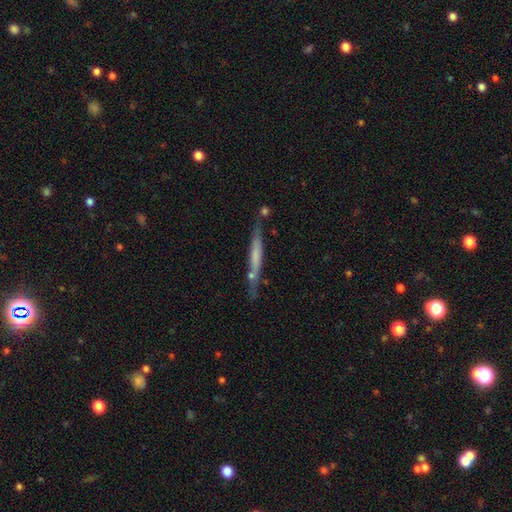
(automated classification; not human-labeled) A featured or disk galaxy (51%) viewed edge-on (92%). Merging: none (69%).